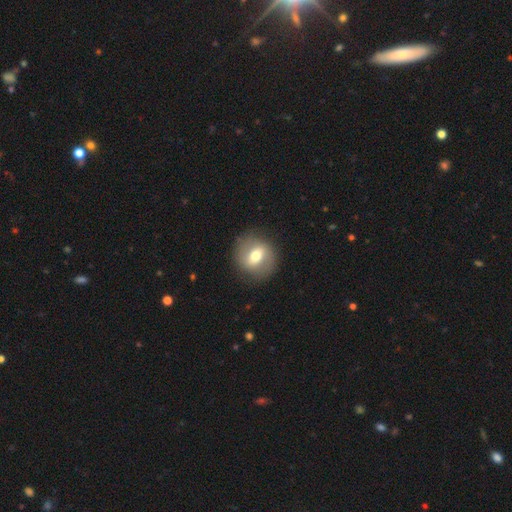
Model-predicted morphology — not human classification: Overall: smooth (50%; featured or disk 42%). How rounded: round (80%). Merging: none (85%).